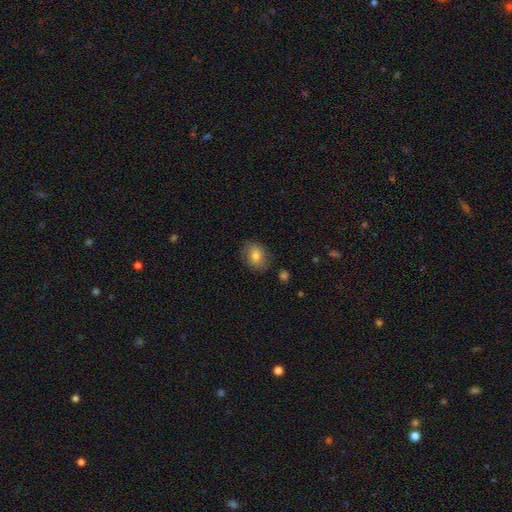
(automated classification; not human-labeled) A smooth galaxy with no disk features (77%) that is in between round and cigar-shaped (59%).

Vote fractions:
- Smooth or featured? smooth: 77% / featured or disk: 14% / star or artifact: 9%
- How rounded? in between: 59% / round: 40% / cigar-shaped: 1%
- Merging? none: 79% / minor disturbance: 15% / major disturbance: 4% / merger: 2%